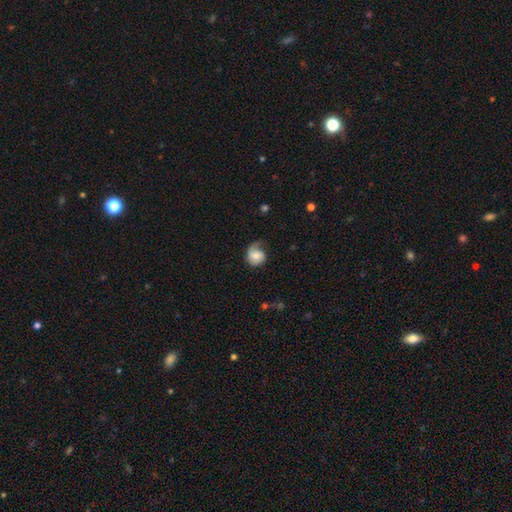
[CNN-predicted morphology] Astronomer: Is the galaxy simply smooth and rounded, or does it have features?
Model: smooth — 50% (runner-up: featured or disk, 42%).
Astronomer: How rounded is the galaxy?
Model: round — 69%.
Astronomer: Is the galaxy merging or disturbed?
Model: none — 44% (runner-up: minor disturbance, 31%).